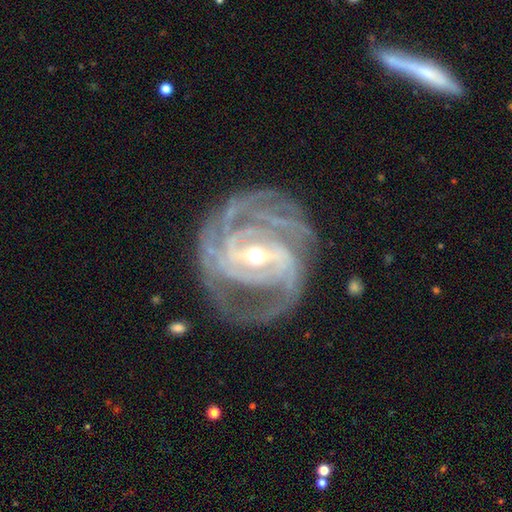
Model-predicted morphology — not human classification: smooth_or_featured: featured or disk (p=0.92) [alt: star or artifact p=0.05]
disk_edge_on: no (p=0.97) [alt: yes p=0.03]
bar: strong (p=0.55) [alt: weak p=0.34]
has_spiral_arms: yes (p=0.98) [alt: no p=0.02]
spiral_winding: tight (p=0.65) [alt: medium p=0.31]
spiral_arm_count: 3 (p=0.29) [alt: 4 p=0.24]
bulge_size: small (p=0.49) [alt: moderate p=0.47]
merging: none (p=0.74) [alt: minor disturbance p=0.16]